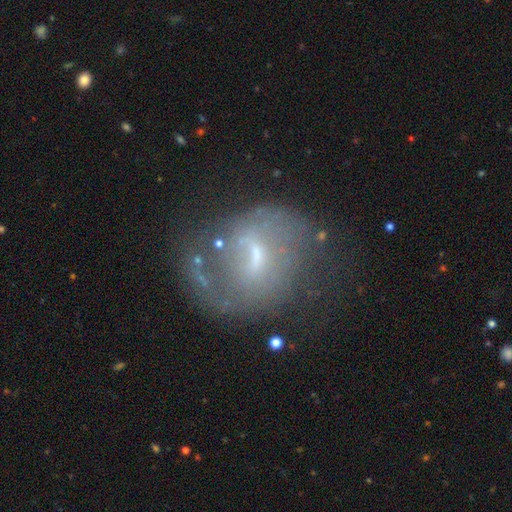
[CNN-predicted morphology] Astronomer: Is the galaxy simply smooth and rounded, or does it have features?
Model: featured or disk — 68%.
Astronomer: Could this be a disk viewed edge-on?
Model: no — 96%.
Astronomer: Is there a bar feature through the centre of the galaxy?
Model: weak — 55%.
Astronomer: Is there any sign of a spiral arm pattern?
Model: yes — 63%.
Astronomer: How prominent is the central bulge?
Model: small — 57%.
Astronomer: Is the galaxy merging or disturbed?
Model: none — 47% (runner-up: major disturbance, 26%).